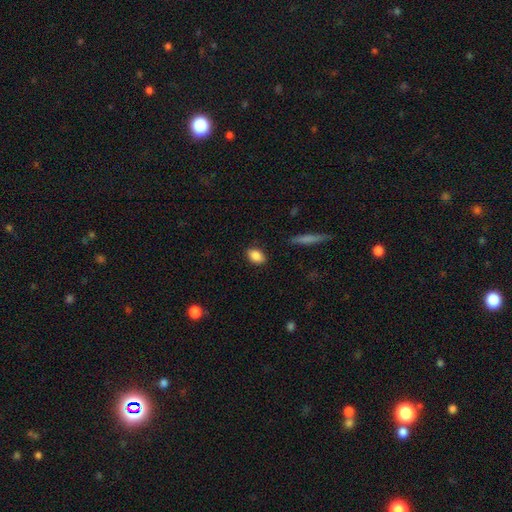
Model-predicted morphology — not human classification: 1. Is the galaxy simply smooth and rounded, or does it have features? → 87% smooth, 8% star or artifact, 5% featured or disk.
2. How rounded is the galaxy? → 85% in between, 13% round, 2% cigar-shaped.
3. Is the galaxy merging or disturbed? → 86% none, 10% minor disturbance, 2% major disturbance, 1% merger.